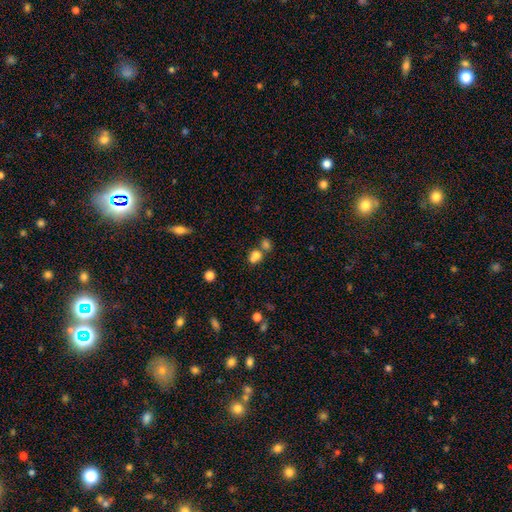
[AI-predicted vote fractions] smooth 76%, star or artifact 14%, featured or disk 10%. Down the decision tree: how rounded — round (55%); merging — merger (49%).